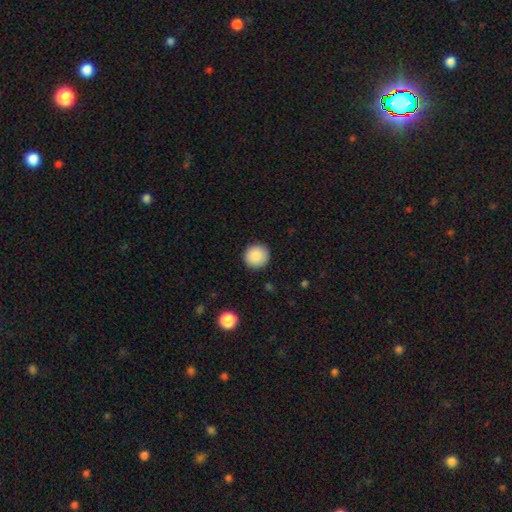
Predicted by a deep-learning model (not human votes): A smooth galaxy with no disk features (88%) that is round (95%). Merging: none (92%).